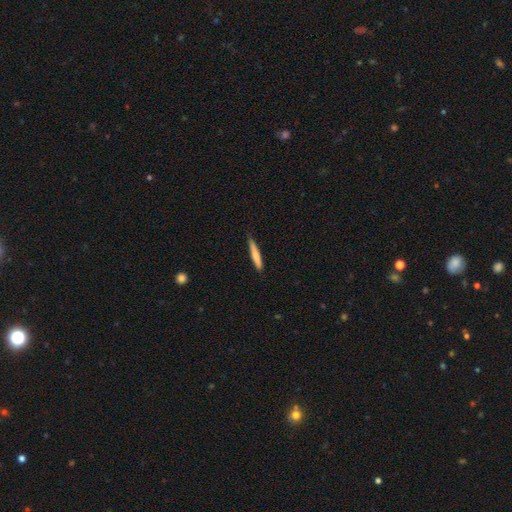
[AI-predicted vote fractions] Q: Smooth or featured?
A: smooth (69%); runner-up: featured or disk (25%)
Q: How rounded?
A: cigar-shaped (94%); runner-up: in between (5%)
Q: Merging?
A: none (82%); runner-up: minor disturbance (15%)